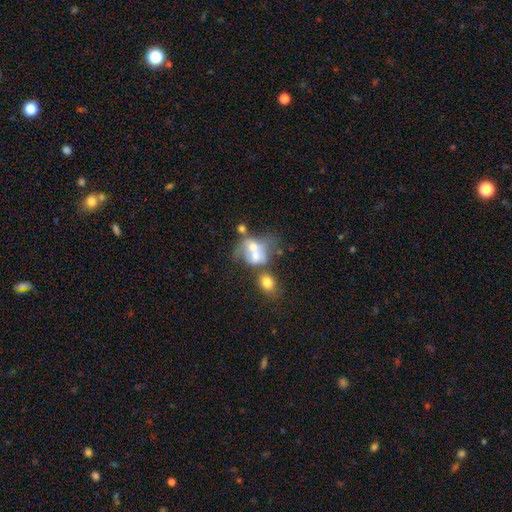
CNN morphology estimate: smooth_or_featured: smooth (p=0.51) [alt: featured or disk p=0.37]
how_rounded: in between (p=0.60) [alt: round p=0.38]
merging: merger (p=0.59) [alt: major disturbance p=0.16]